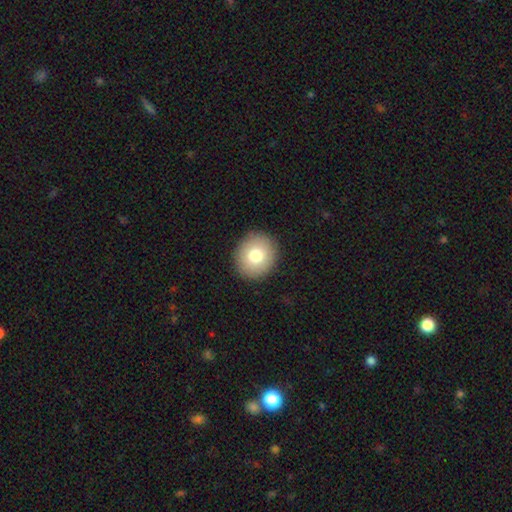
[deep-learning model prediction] The model was most divided on "smooth or featured": smooth: 78%, featured or disk: 13%, star or artifact: 9%. More confident: merging — none (91%); how rounded — round (83%).